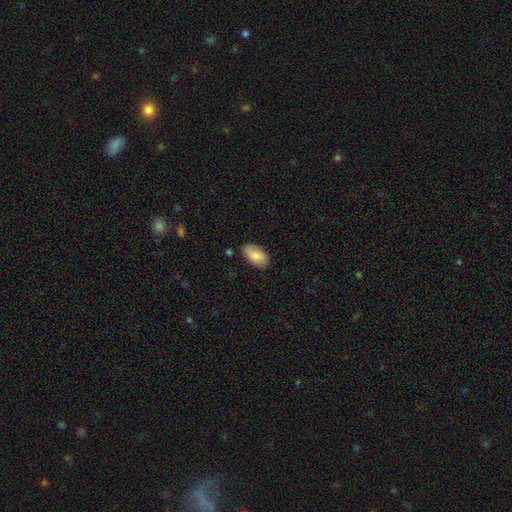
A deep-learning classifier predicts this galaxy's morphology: Smooth or featured: smooth — 84% (featured or disk — 10%)
How rounded: in between — 94% (round — 4%)
Merging: none — 78% (minor disturbance — 17%)